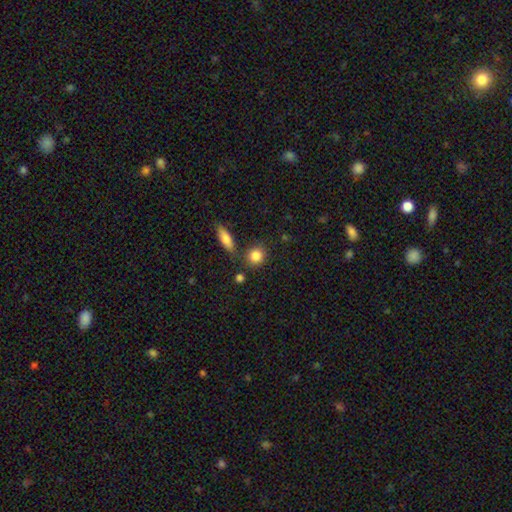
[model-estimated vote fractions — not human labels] Smooth or featured?
  - smooth: 85% *
  - star or artifact: 9%
  - featured or disk: 6%
How rounded?
  - round: 77% *
  - in between: 21%
  - cigar-shaped: 3%
Merging?
  - none: 75% *
  - minor disturbance: 11%
  - merger: 10%
  - major disturbance: 3%